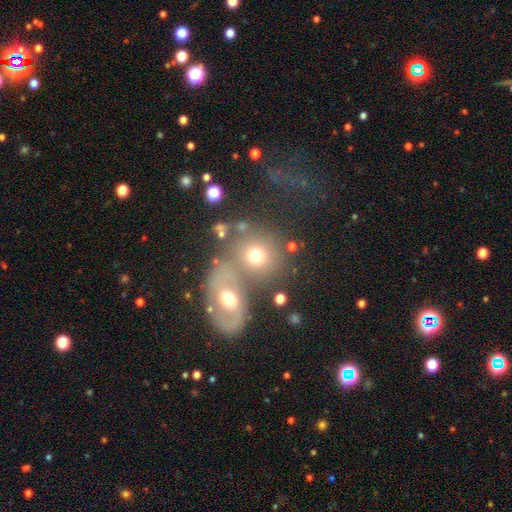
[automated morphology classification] smooth 66%, featured or disk 21%, star or artifact 13%. Down the decision tree: how rounded — round (76%); merging — merger (48%).